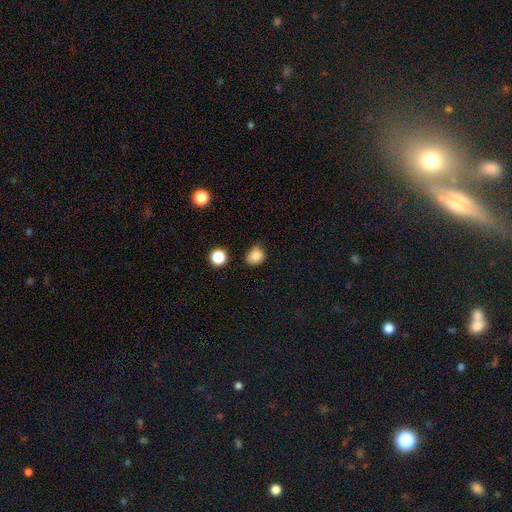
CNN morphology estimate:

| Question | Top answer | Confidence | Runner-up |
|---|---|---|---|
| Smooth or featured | smooth | 84% | star or artifact (11%) |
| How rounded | round | 66% | in between (33%) |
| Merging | none | 73% | minor disturbance (20%) |